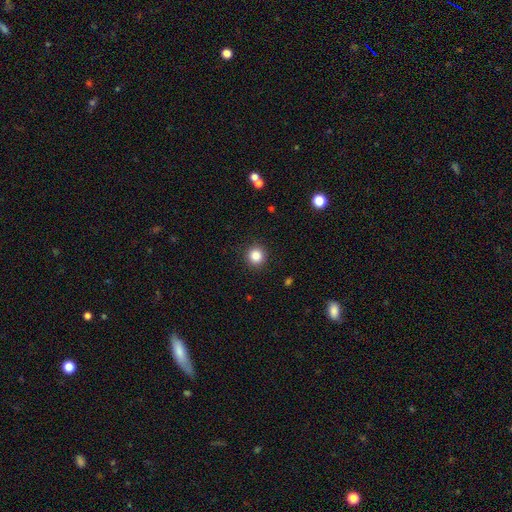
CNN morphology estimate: type=smooth (86%); roundness=round (93%); merging=none (91%).